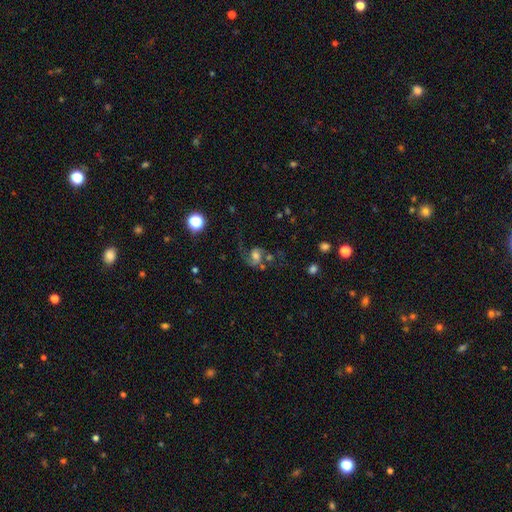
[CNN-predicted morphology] Smooth or featured? Predicted: featured or disk (p=0.62). Edge-on disk? Predicted: no (p=0.97). Bar? Predicted: no (p=0.62). Spiral arms? Predicted: yes (p=0.89). Spiral winding? Predicted: loose (p=0.50). Spiral arm count? Predicted: 2 (p=0.69). Bulge size? Predicted: moderate (p=0.55). Merging? Predicted: none (p=0.44).